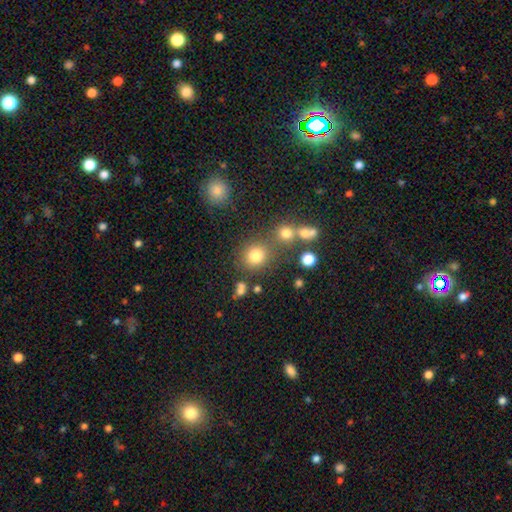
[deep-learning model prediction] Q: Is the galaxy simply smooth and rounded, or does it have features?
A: smooth — 78%.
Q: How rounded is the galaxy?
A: round — 85%.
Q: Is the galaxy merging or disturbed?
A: none — 67%.